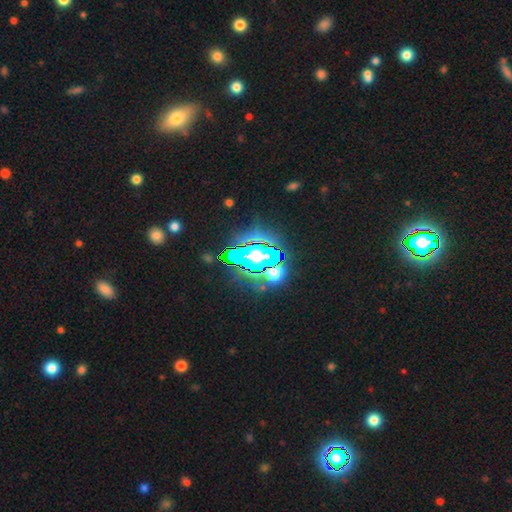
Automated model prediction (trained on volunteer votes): Overall: star or artifact (67%).